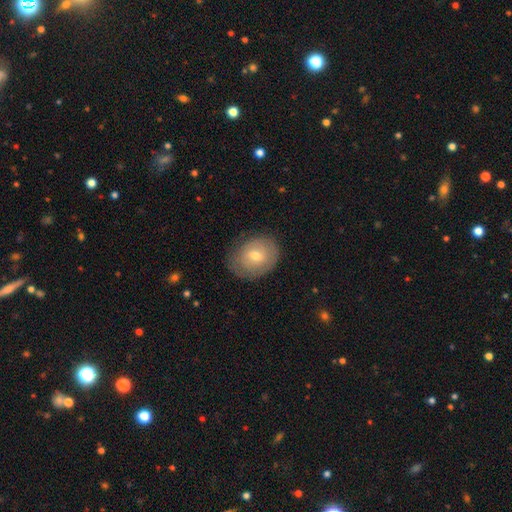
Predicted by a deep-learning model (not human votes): A smooth galaxy with no disk features (56%) that is round (50%).

Vote fractions:
- Smooth or featured? smooth: 56% / featured or disk: 36% / star or artifact: 8%
- How rounded? round: 50% / in between: 49% / cigar-shaped: 1%
- Merging? none: 71% / minor disturbance: 21% / major disturbance: 7% / merger: 1%